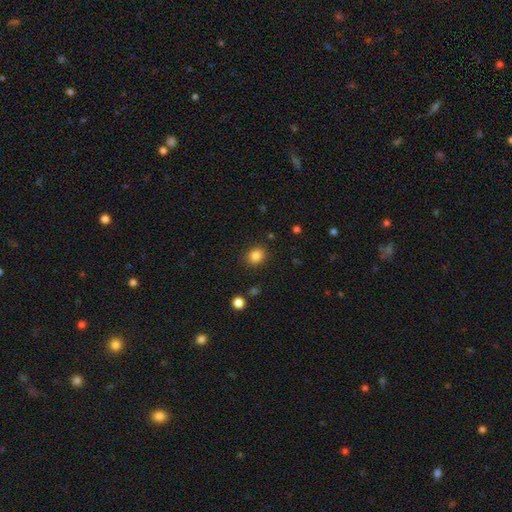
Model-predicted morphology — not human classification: Smooth or featured? smooth (84%)
How rounded? round (64%)
Merging? none (87%)